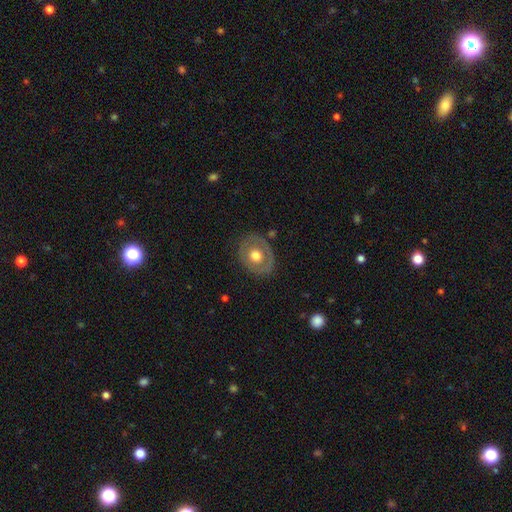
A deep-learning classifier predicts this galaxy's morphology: This is possibly a smooth galaxy (49%). Merging: likely none (80%).